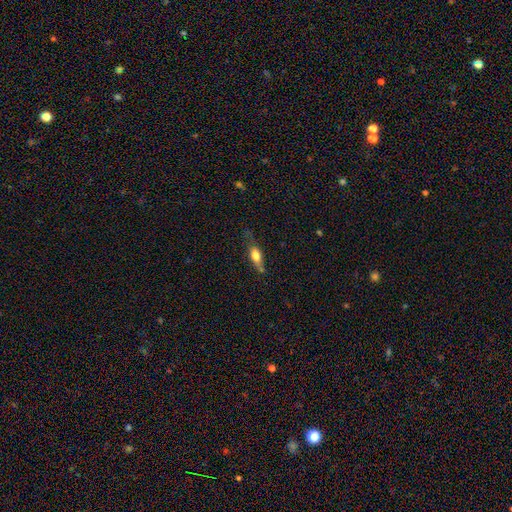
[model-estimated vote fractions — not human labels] The model was most divided on "merging": none: 49%, minor disturbance: 31%, major disturbance: 12%, merger: 7%. More confident: smooth or featured — smooth (68%); how rounded — in between (67%).